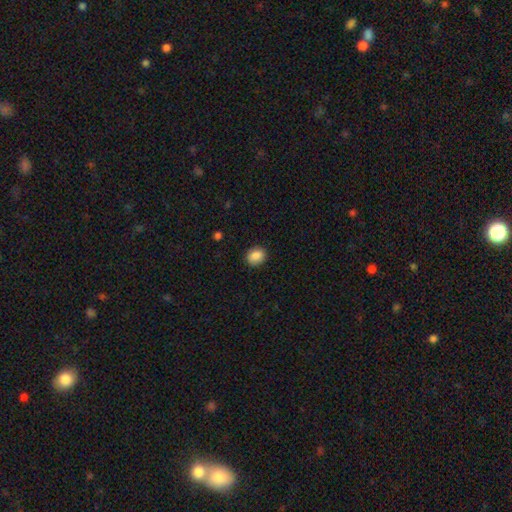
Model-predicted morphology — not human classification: smooth_or_featured: smooth (p=0.88) [alt: star or artifact p=0.09]
how_rounded: round (p=0.61) [alt: in between p=0.38]
merging: none (p=0.88) [alt: minor disturbance p=0.09]